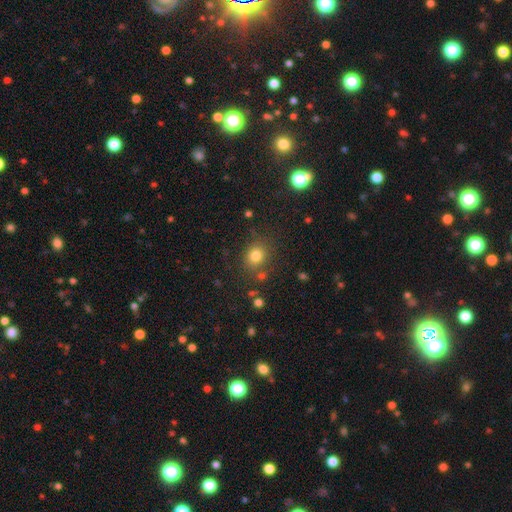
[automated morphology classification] The model was most divided on "how rounded": round: 76%, in between: 23%, cigar-shaped: 1%. More confident: smooth or featured — smooth (79%); merging — none (78%).